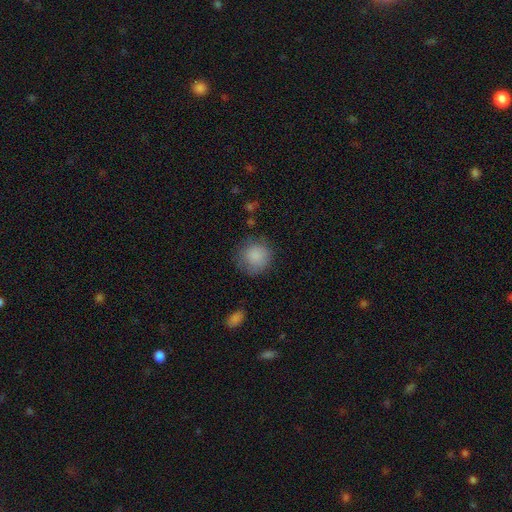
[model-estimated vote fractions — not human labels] A smooth galaxy with no disk features (86%) that is round (92%).

Vote fractions:
- Smooth or featured? smooth: 86% / star or artifact: 8% / featured or disk: 6%
- How rounded? round: 92% / in between: 7% / cigar-shaped: 1%
- Merging? none: 75% / minor disturbance: 17% / major disturbance: 6% / merger: 2%